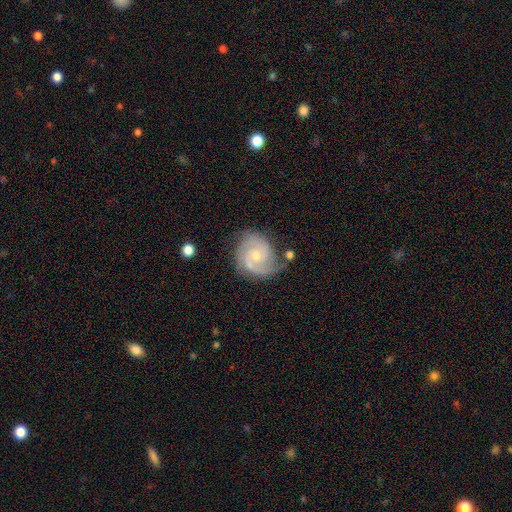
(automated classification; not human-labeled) Overall: featured or disk (89%). Edge-on disk: no (98%). Bar: no (67%; weak 28%). Spiral arms: yes (98%). Spiral arm count: 2 (62%; 3 23%). Spiral winding: tight (61%; medium 34%). Bulge size: small (56%; moderate 41%). Merging: none (69%).